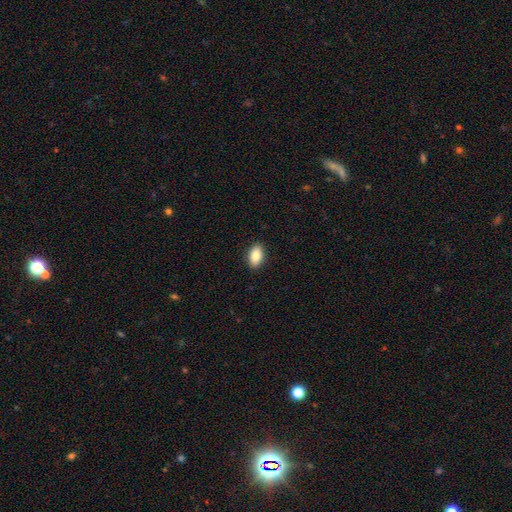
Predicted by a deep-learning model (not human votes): smooth 85%, featured or disk 8%, star or artifact 7%. Down the decision tree: how rounded — in between (91%); merging — none (90%).